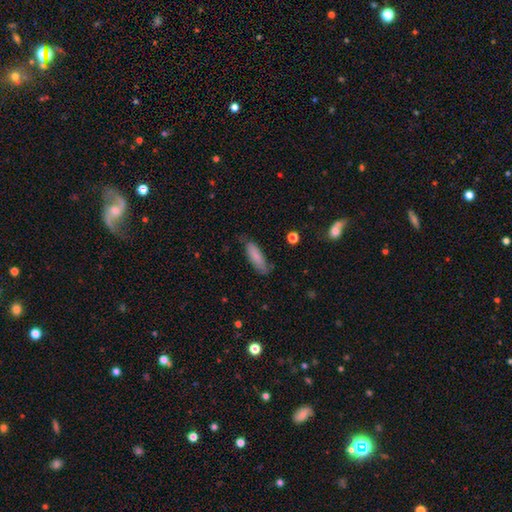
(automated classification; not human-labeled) The model was most divided on "how rounded": cigar-shaped: 51%, in between: 47%, round: 2%. More confident: smooth or featured — smooth (82%); merging — none (68%).